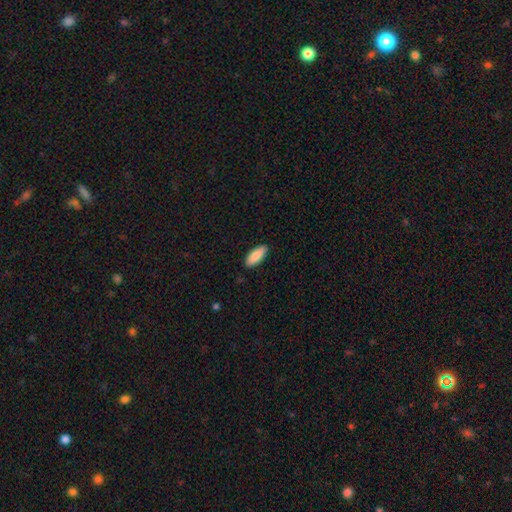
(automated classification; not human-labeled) This appears to be a smooth galaxy with no disk features (89%) that is in between round and cigar-shaped (82%). Merging: none (89%).